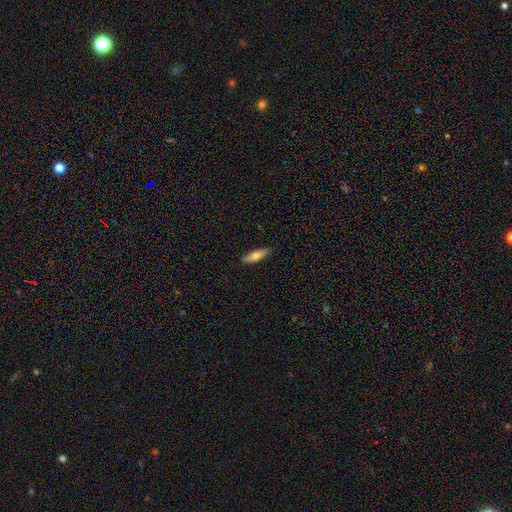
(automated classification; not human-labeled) A smooth galaxy with no disk features (73%) that is cigar-shaped (56%). Merging: none (83%).